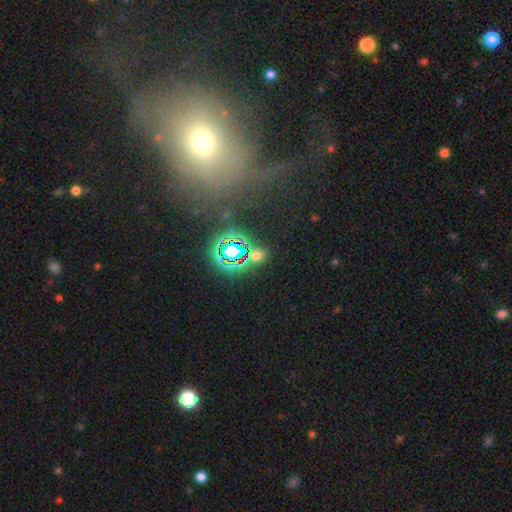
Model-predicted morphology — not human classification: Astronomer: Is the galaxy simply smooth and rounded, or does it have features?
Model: star or artifact — 54% (runner-up: smooth, 38%).